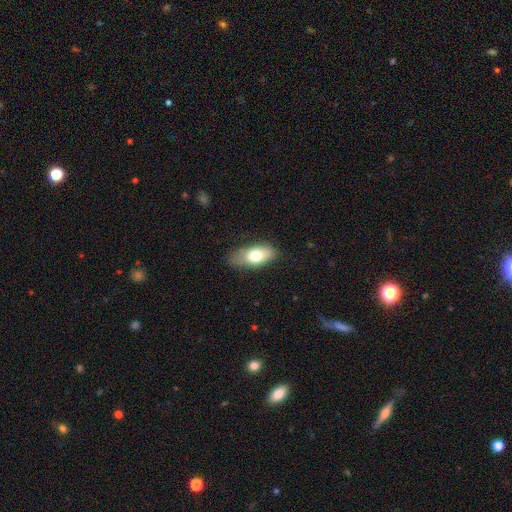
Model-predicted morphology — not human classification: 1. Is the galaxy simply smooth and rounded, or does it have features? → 73% smooth, 20% featured or disk, 7% star or artifact.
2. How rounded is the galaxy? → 87% in between, 9% cigar-shaped, 4% round.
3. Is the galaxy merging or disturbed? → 68% none, 25% minor disturbance, 6% major disturbance, 1% merger.